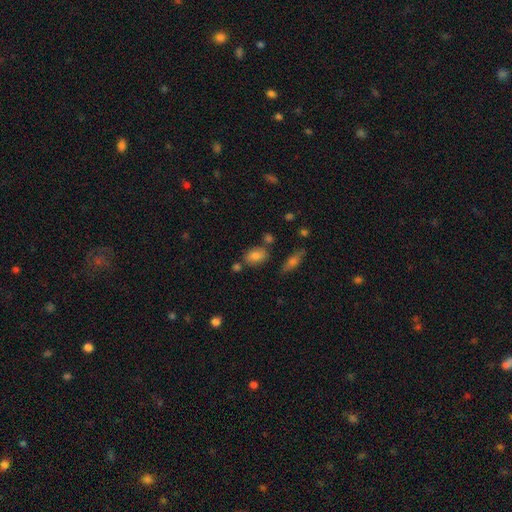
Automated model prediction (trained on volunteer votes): Smooth or featured? Predicted: smooth (p=0.80). How rounded? Predicted: in between (p=0.79). Merging? Predicted: none (p=0.71).